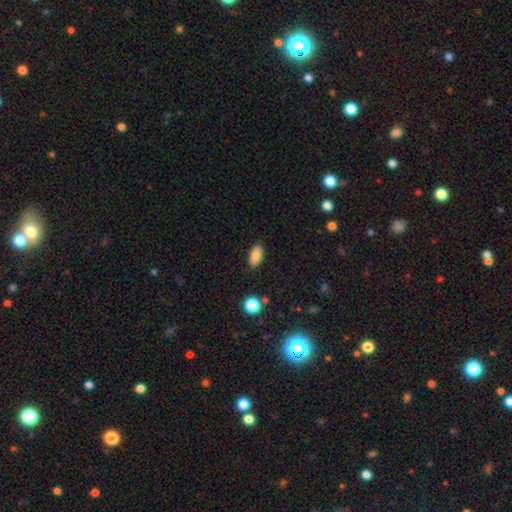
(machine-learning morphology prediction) smooth_or_featured: smooth (p=0.85) [alt: star or artifact p=0.08]
how_rounded: in between (p=0.92) [alt: round p=0.04]
merging: none (p=0.86) [alt: minor disturbance p=0.11]